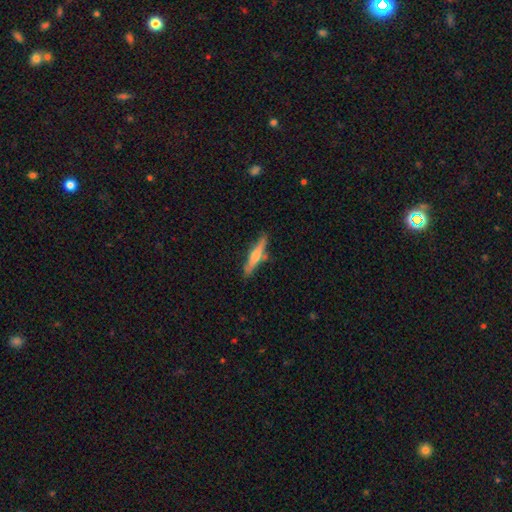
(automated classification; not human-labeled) smooth 48%, featured or disk 46%, star or artifact 6%. Down the decision tree: merging — none (80%).